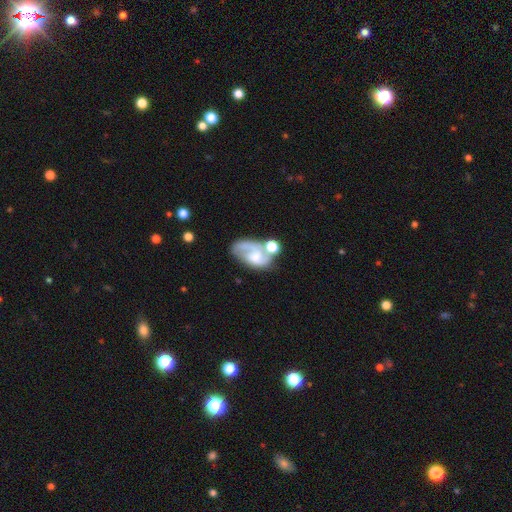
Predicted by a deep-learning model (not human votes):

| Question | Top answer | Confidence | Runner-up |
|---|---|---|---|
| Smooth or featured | featured or disk | 62% | smooth (29%) |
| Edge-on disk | no | 96% | yes (4%) |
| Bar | no | 66% | weak (28%) |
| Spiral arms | yes | 75% | no (25%) |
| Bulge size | small | 39% | moderate (38%) |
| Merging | none | 32% | merger (29%) |